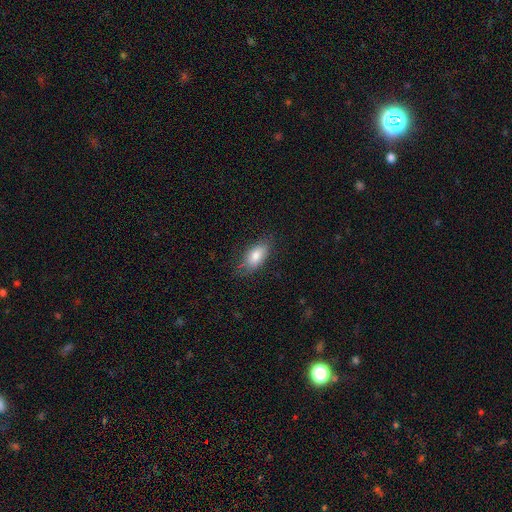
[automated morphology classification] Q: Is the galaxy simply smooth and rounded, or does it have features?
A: smooth — 81%.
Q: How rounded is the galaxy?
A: in between — 88%.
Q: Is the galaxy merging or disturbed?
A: none — 72%.